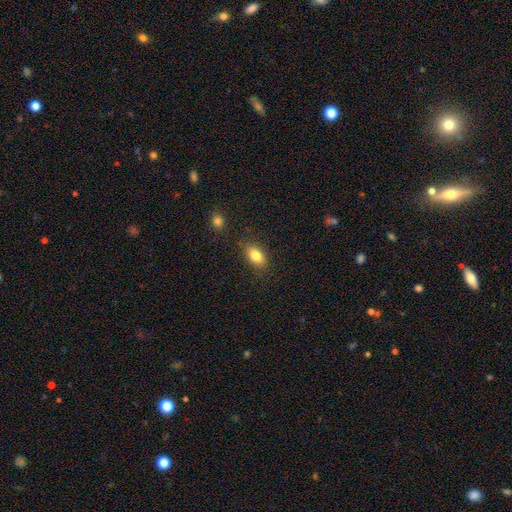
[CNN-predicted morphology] Overall: smooth (82%). How rounded: in between (87%). Merging: none (81%).